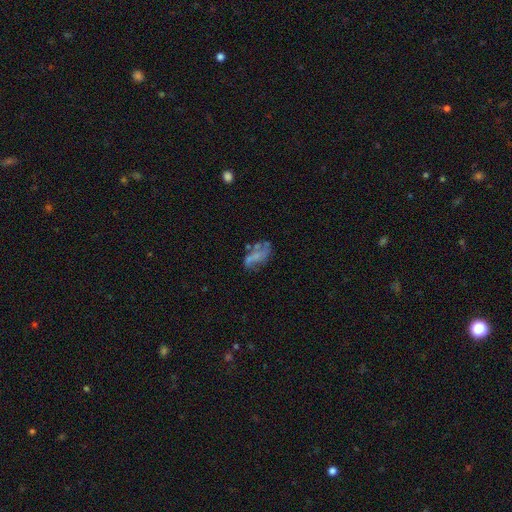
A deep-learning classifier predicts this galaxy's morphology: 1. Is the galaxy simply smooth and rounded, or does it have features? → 50% featured or disk, 38% smooth, 12% star or artifact.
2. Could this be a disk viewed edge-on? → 95% no, 5% yes.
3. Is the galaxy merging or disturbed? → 40% none, 23% major disturbance, 22% minor disturbance, 15% merger.